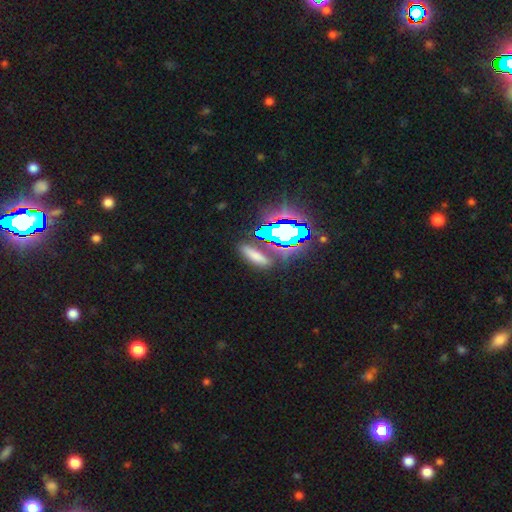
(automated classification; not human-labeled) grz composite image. It shows a smooth galaxy with no disk features (52%) that is in between round and cigar-shaped (46%). Merging: none (80%).